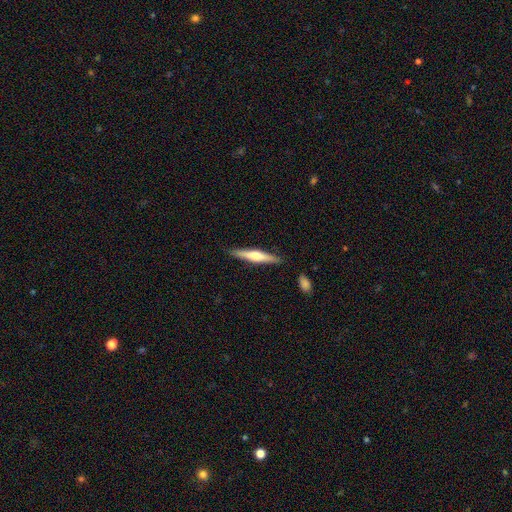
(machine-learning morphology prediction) smooth_or_featured: featured or disk (p=0.60) [alt: smooth p=0.34]
disk_edge_on: yes (p=0.97) [alt: no p=0.03]
edge_on_bulge: rounded (p=0.87) [alt: boxy p=0.08]
merging: none (p=0.88) [alt: minor disturbance p=0.08]